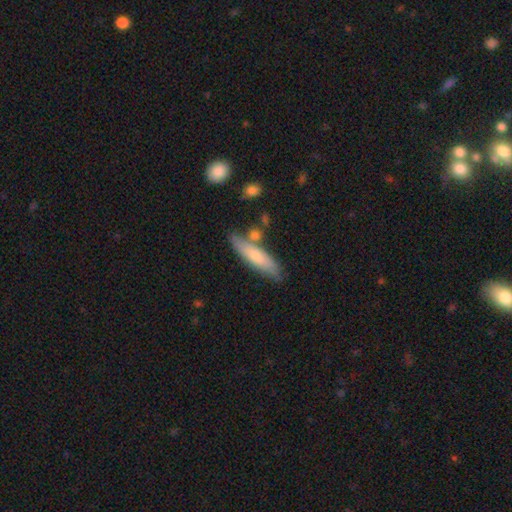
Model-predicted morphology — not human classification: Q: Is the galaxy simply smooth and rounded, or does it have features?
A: smooth — 66%.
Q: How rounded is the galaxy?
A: cigar-shaped — 72%.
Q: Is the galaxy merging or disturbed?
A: none — 72%.